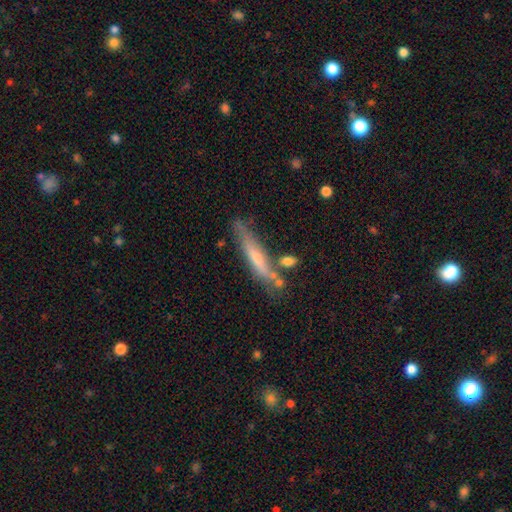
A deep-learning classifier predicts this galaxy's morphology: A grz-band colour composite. It shows a featured or disk galaxy (49%). Merging: none (62%).